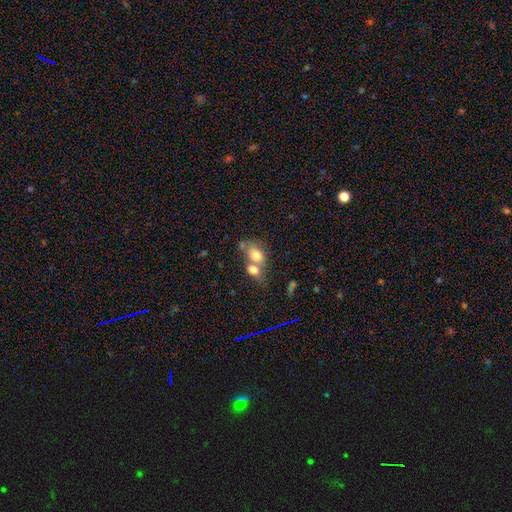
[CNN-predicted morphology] A smooth galaxy with no disk features (74%) that is in between round and cigar-shaped (65%).

Vote fractions:
- Smooth or featured? smooth: 74% / featured or disk: 16% / star or artifact: 10%
- How rounded? in between: 65% / round: 33% / cigar-shaped: 2%
- Merging? merger: 63% / none: 25% / minor disturbance: 8% / major disturbance: 5%